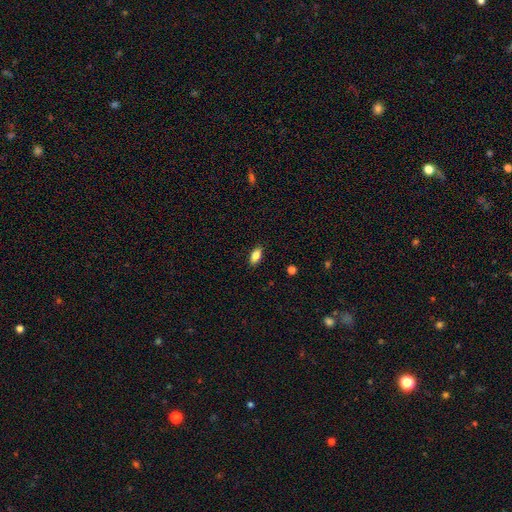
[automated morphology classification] This appears to be a smooth galaxy with no disk features (83%) that is in between round and cigar-shaped (88%). Merging: none (88%).